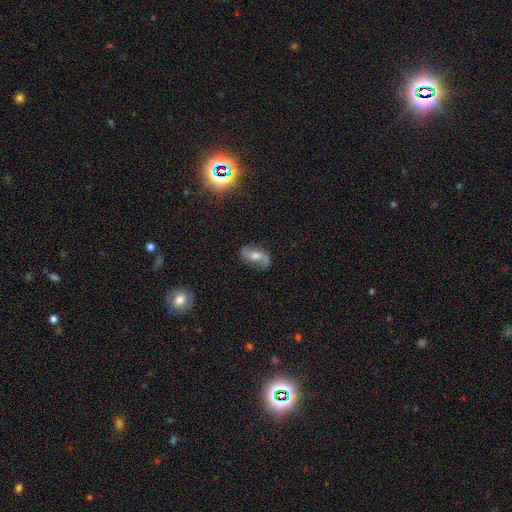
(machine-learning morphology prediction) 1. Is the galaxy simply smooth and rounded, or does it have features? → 73% featured or disk, 18% smooth, 9% star or artifact.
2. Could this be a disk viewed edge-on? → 94% no, 6% yes.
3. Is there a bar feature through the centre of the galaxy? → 45% no, 35% weak, 19% strong.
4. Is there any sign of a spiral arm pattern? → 91% yes, 9% no.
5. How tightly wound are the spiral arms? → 74% loose, 20% medium, 7% tight.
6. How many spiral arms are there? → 91% 2, 3% can't tell, 3% 1, 1% 3, 1% 4, 1% more than 4.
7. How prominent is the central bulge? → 67% moderate, 23% small, 6% large, 2% none, 1% dominant.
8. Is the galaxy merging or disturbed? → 77% none, 15% minor disturbance, 6% major disturbance, 2% merger.